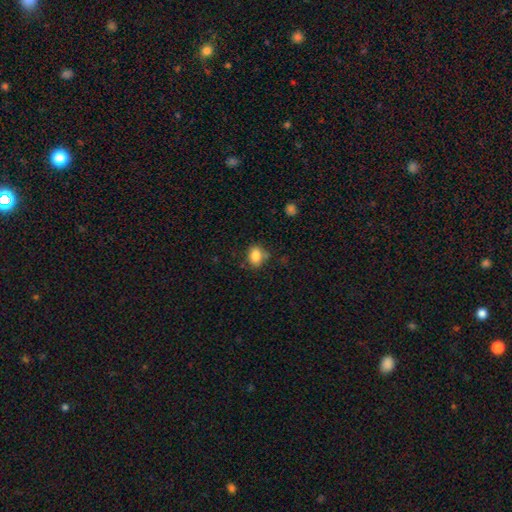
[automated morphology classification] smooth 85%, star or artifact 9%, featured or disk 6%. Down the decision tree: how rounded — in between (73%); merging — none (71%).